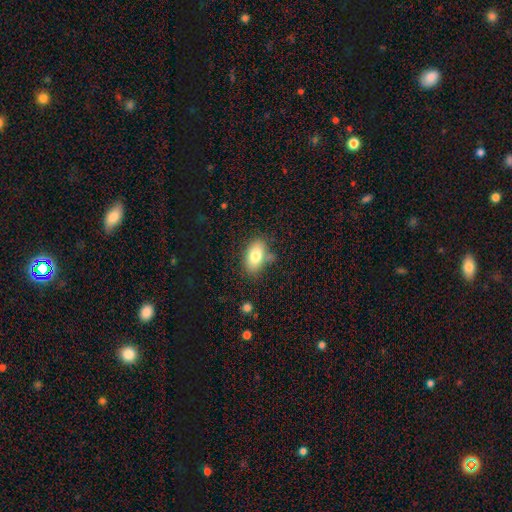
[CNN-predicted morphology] A smooth galaxy with no disk features (78%) that is in between round and cigar-shaped (90%).

Vote fractions:
- Smooth or featured? smooth: 78% / featured or disk: 14% / star or artifact: 8%
- How rounded? in between: 90% / round: 7% / cigar-shaped: 2%
- Merging? none: 72% / minor disturbance: 17% / merger: 6% / major disturbance: 5%